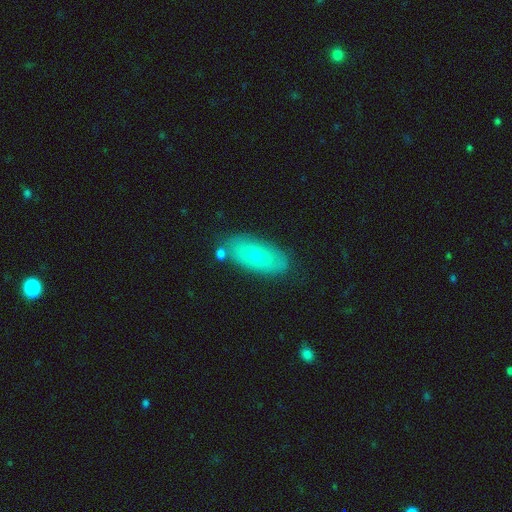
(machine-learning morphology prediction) A smooth galaxy with no disk features (62%) that is in between round and cigar-shaped (87%).

Vote fractions:
- Smooth or featured? smooth: 62% / featured or disk: 30% / star or artifact: 8%
- How rounded? in between: 87% / cigar-shaped: 9% / round: 4%
- Merging? none: 76% / minor disturbance: 15% / merger: 5% / major disturbance: 4%